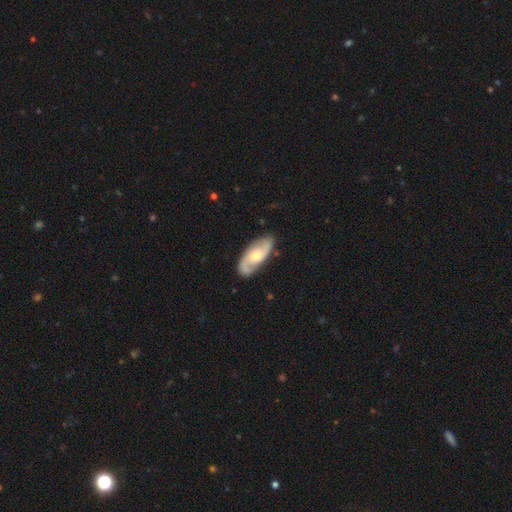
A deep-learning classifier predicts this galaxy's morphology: smooth-or-featured: featured or disk: 74% | smooth: 21% | star or artifact: 5%
  disk-edge-on: no: 93% | yes: 7%
    bar: no: 67% | weak: 28% | strong: 5%
    has-spiral-arms: yes: 92% | no: 8%
      spiral-winding: medium: 47% | tight: 27% | loose: 26%
      spiral-arm-count: 2: 86% | can't tell: 8% | 1: 2% | 3: 2% | 4: 1% | more than 4: 1%
    bulge-size: moderate: 56% | small: 39% | large: 3% | none: 1% | dominant: 1%
  merging: none: 82% | minor disturbance: 13% | major disturbance: 3% | merger: 2%